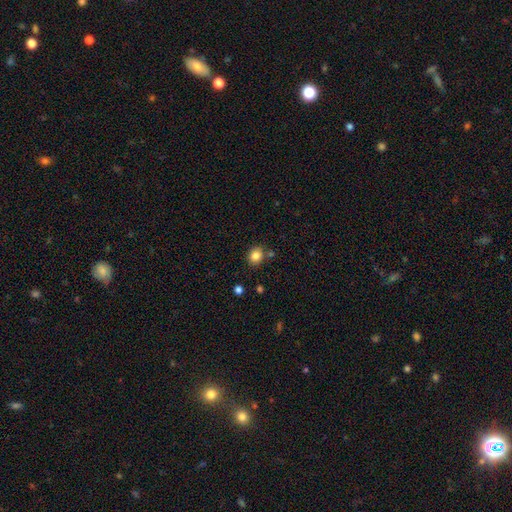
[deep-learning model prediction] This is clearly a smooth galaxy (84%). How rounded: likely round (70%). Merging: likely none (80%).